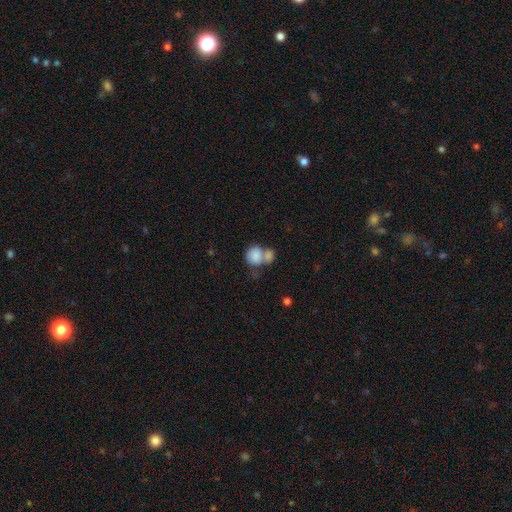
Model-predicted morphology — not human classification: Smooth or featured? smooth (80%)
How rounded? round (64%)
Merging? merger (64%)